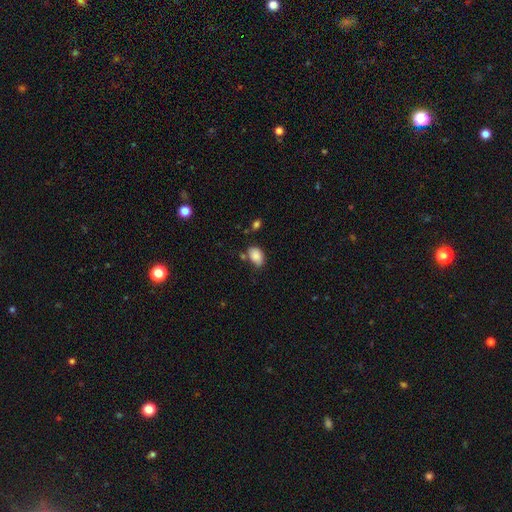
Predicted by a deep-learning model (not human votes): This is clearly a smooth galaxy (86%). How rounded: clearly in between (87%). Merging: possibly none (60%).